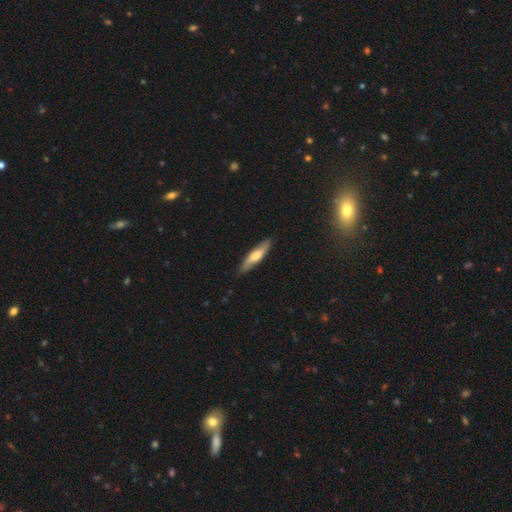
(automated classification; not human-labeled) This appears to be a smooth galaxy with no disk features (51%) that is cigar-shaped (78%). Merging: none (85%).